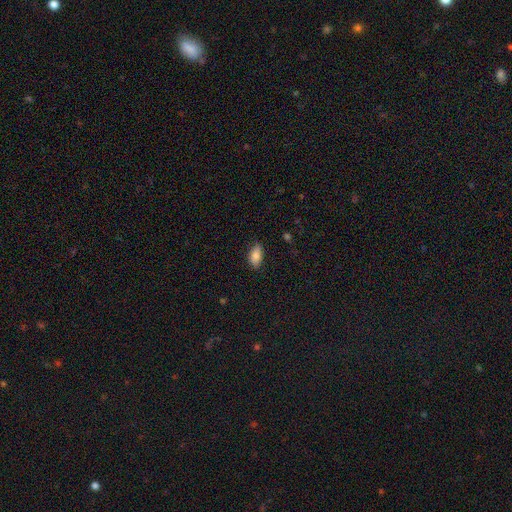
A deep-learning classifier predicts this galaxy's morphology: smooth-or-featured: smooth: 80% | featured or disk: 13% | star or artifact: 7%
  how-rounded: in between: 90% | cigar-shaped: 6% | round: 4%
  merging: none: 81% | minor disturbance: 16% | major disturbance: 2% | merger: 1%